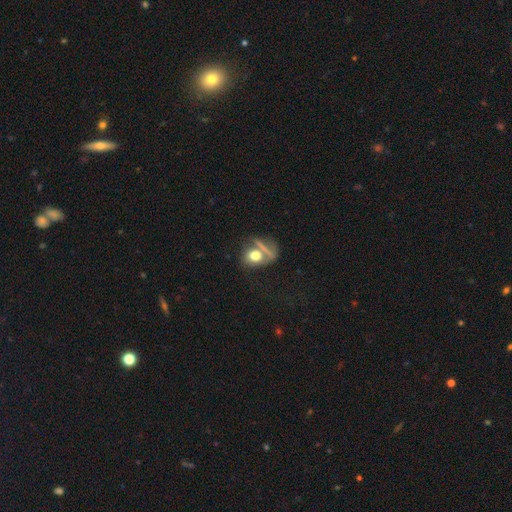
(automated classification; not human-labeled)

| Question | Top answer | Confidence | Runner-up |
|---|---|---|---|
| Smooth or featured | smooth | 64% | featured or disk (22%) |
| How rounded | round | 50% | in between (45%) |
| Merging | none | 39% | merger (28%) |